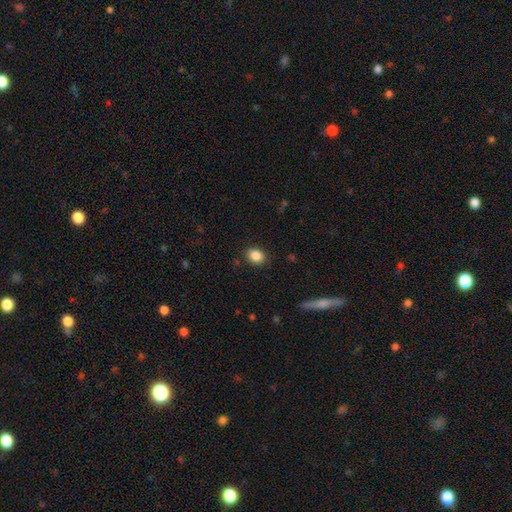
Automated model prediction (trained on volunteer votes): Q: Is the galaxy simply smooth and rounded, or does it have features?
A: smooth — 86%.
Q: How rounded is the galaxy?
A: in between — 60%.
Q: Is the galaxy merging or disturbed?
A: none — 87%.